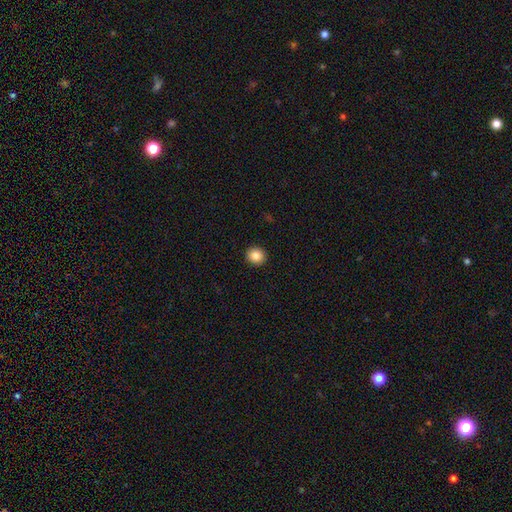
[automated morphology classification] Smooth or featured? Predicted: smooth (p=0.86). How rounded? Predicted: round (p=0.90). Merging? Predicted: none (p=0.93).